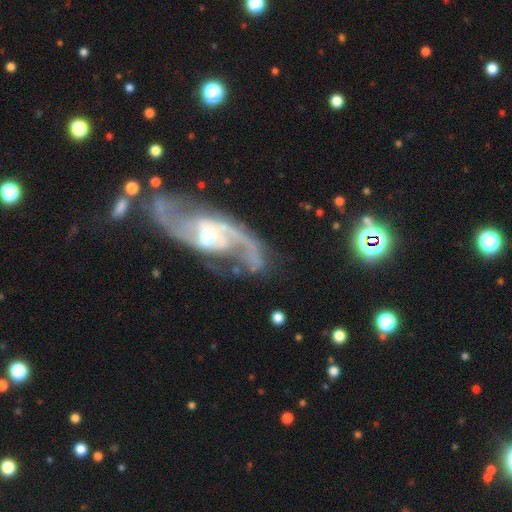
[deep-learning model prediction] smooth-or-featured: featured or disk: 84% | smooth: 10% | star or artifact: 6%
  disk-edge-on: no: 94% | yes: 6%
    bar: no: 55% | weak: 29% | strong: 15%
    has-spiral-arms: yes: 88% | no: 12%
      spiral-winding: loose: 43% | medium: 40% | tight: 17%
      spiral-arm-count: 2: 71% | 1: 15% | can't tell: 7% | 3: 3% | 4: 2% | more than 4: 2%
    bulge-size: moderate: 70% | small: 17% | large: 10% | none: 2% | dominant: 2%
  merging: none: 51% | major disturbance: 25% | minor disturbance: 17% | merger: 6%